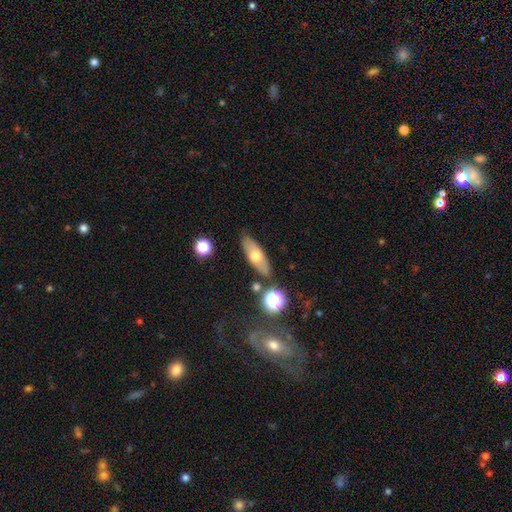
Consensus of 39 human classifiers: smooth_or_featured: featured or disk (p=0.59) [alt: smooth p=0.33]
disk_edge_on: yes (p=0.61) [alt: no p=0.39]
edge_on_bulge: rounded (p=1.00)
merging: none (p=0.83) [alt: minor disturbance p=0.14]